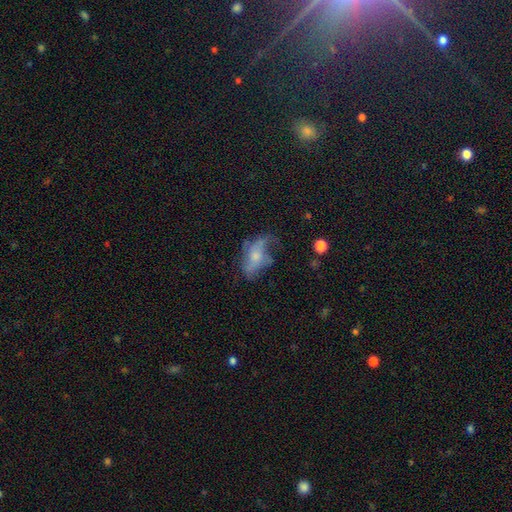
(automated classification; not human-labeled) A featured or disk galaxy (56%) with no bar (73%), spiral arms (63%) and a small central bulge (41%). Merging: major disturbance (36%).